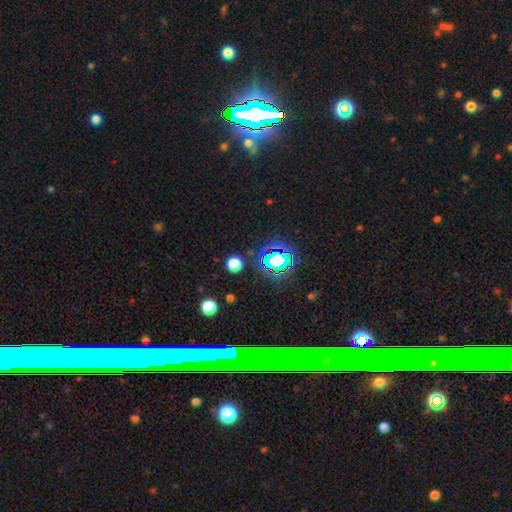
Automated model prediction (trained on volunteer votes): This is likely a star or artifact rather than a galaxy (76%).